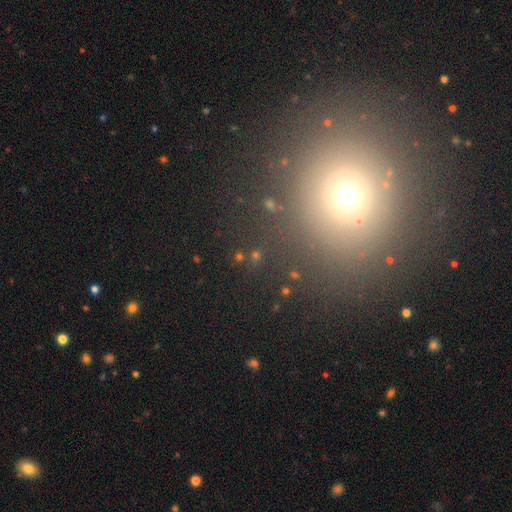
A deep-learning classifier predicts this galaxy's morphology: Q: Smooth or featured?
A: star or artifact (49%); runner-up: smooth (39%)